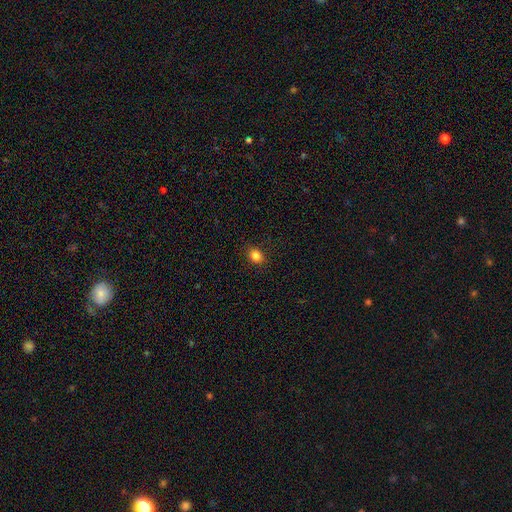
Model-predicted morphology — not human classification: A smooth galaxy with no disk features (84%) that is round (50%). Merging: none (89%).